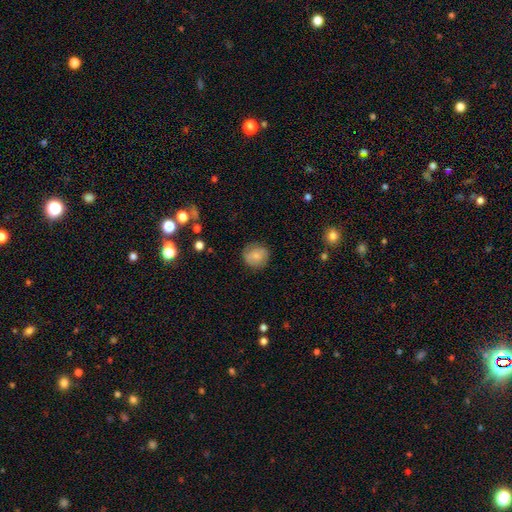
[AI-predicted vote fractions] Q: Smooth or featured?
A: smooth (72%); runner-up: featured or disk (20%)
Q: How rounded?
A: round (83%); runner-up: in between (16%)
Q: Merging?
A: none (78%); runner-up: minor disturbance (16%)